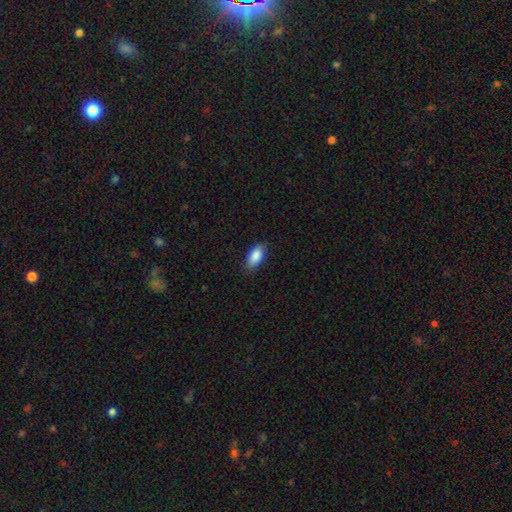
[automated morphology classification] The model was most divided on "merging": none: 83%, minor disturbance: 14%, major disturbance: 3%, merger: 1%. More confident: how rounded — in between (90%); smooth or featured — smooth (88%).